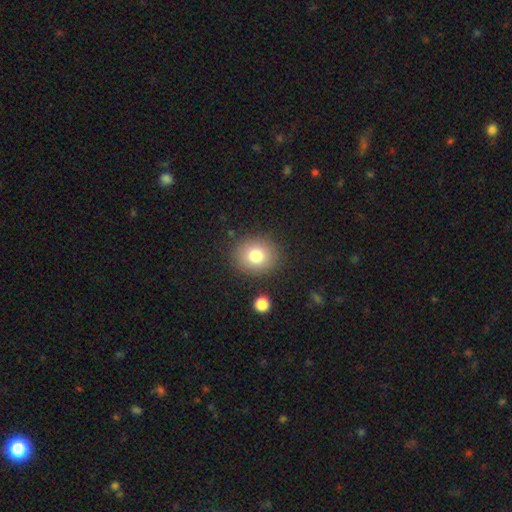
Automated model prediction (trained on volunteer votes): smooth-or-featured: smooth: 80% | star or artifact: 11% | featured or disk: 10%
  how-rounded: round: 76% | in between: 23% | cigar-shaped: 1%
  merging: none: 85% | minor disturbance: 9% | merger: 3% | major disturbance: 3%